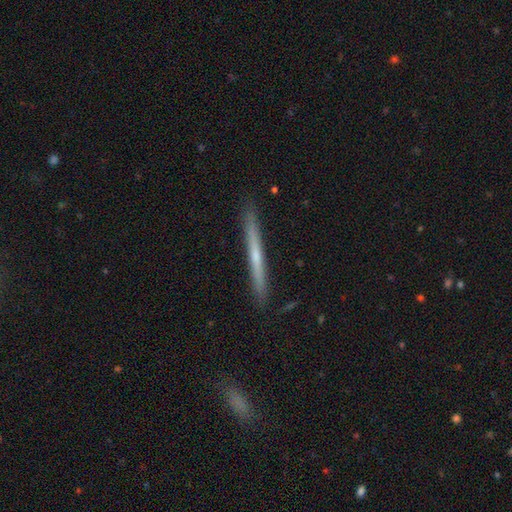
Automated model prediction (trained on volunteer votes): This is possibly a featured or disk galaxy (53%). It is clearly viewed edge-on (97%). Edge-on bulge: likely none (66%). Merging: clearly none (91%).